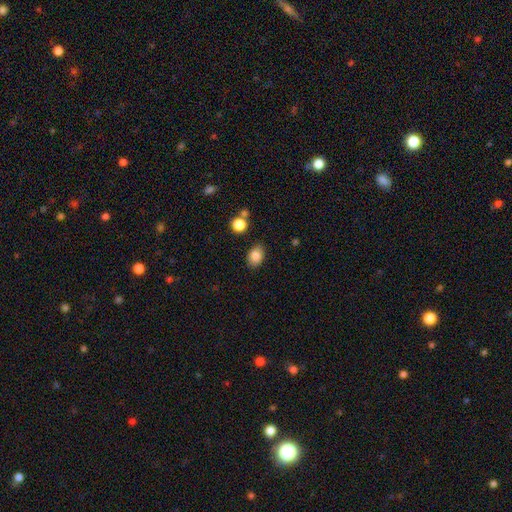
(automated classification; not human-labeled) Smooth or featured?
  - smooth: 85% *
  - star or artifact: 9%
  - featured or disk: 6%
How rounded?
  - in between: 75% *
  - round: 23%
  - cigar-shaped: 1%
Merging?
  - none: 81% *
  - minor disturbance: 13%
  - major disturbance: 3%
  - merger: 3%